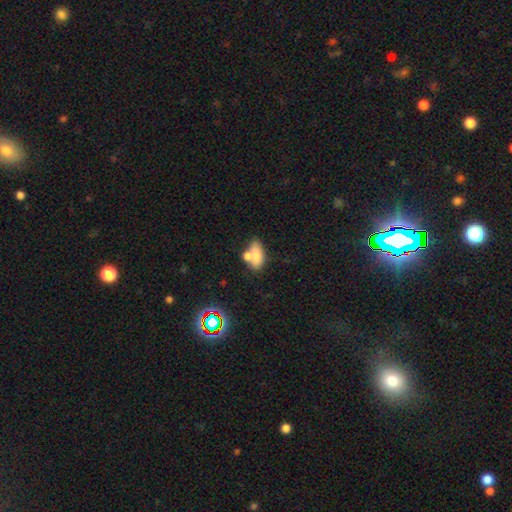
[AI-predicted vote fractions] The model was most divided on "merging": none: 42%, merger: 36%, minor disturbance: 15%, major disturbance: 6%. More confident: how rounded — in between (87%); smooth or featured — smooth (74%).